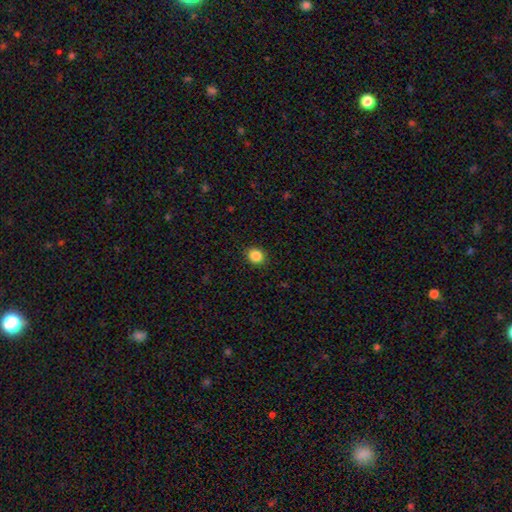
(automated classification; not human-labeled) Smooth or featured?
  - smooth: 86% *
  - star or artifact: 10%
  - featured or disk: 4%
How rounded?
  - round: 69% *
  - in between: 30%
  - cigar-shaped: 1%
Merging?
  - none: 90% *
  - minor disturbance: 7%
  - major disturbance: 2%
  - merger: 1%